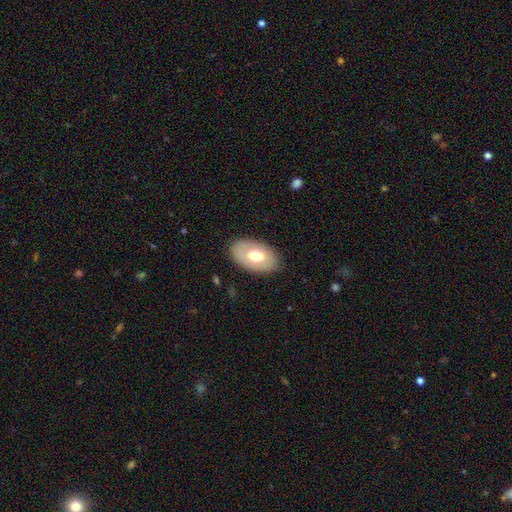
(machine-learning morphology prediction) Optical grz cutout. It shows a smooth galaxy with no disk features (60%) that is in between round and cigar-shaped (91%). Merging: none (84%).